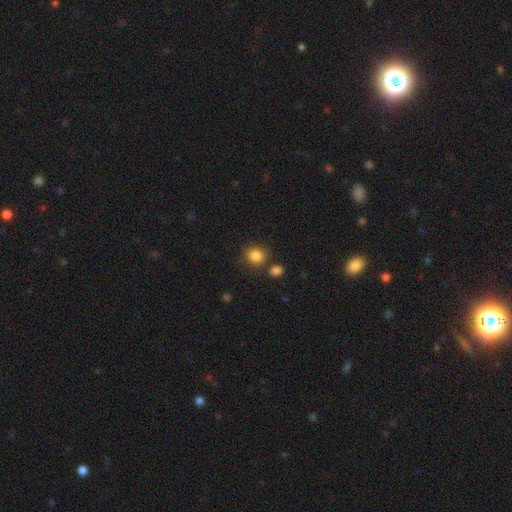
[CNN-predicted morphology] The model was most divided on "merging": none: 76%, minor disturbance: 10%, merger: 10%, major disturbance: 3%. More confident: smooth or featured — smooth (86%); how rounded — round (83%).